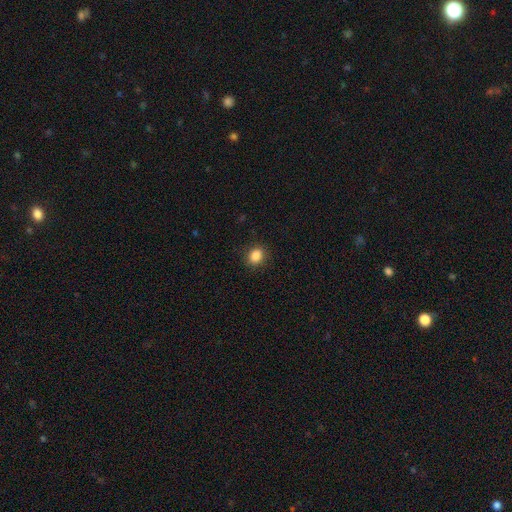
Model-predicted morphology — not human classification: Smooth or featured? smooth (86%)
How rounded? round (62%)
Merging? none (89%)